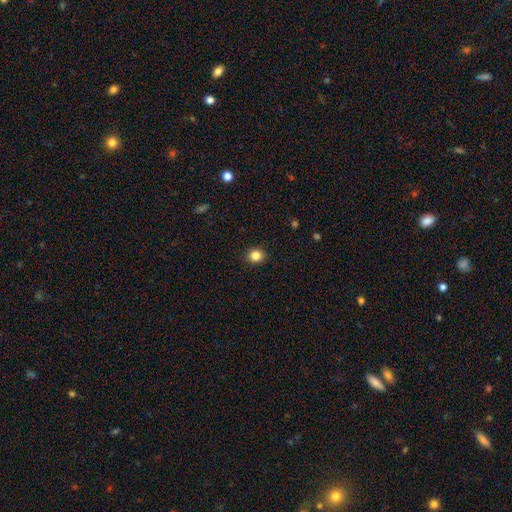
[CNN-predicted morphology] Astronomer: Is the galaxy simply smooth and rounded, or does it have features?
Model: smooth — 84%.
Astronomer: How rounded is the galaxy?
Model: round — 79%.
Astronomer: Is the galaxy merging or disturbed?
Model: none — 90%.